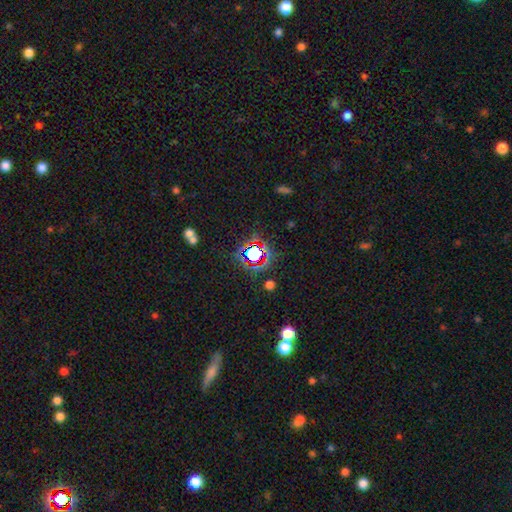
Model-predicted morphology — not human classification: smooth-or-featured: star or artifact: 66% | smooth: 22% | featured or disk: 12%